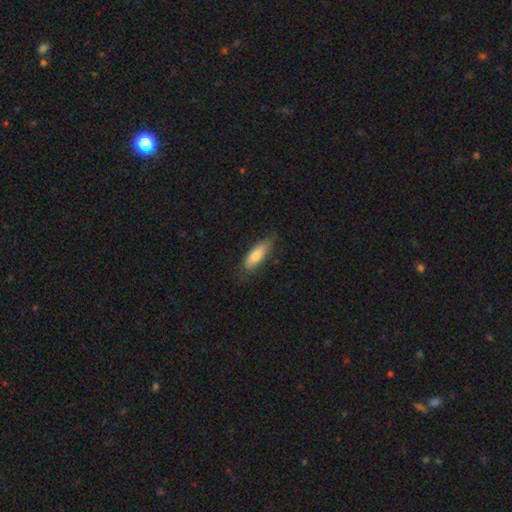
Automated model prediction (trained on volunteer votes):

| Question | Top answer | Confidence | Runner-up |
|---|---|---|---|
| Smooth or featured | smooth | 76% | featured or disk (18%) |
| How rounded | in between | 54% | cigar-shaped (45%) |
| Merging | none | 73% | minor disturbance (21%) |